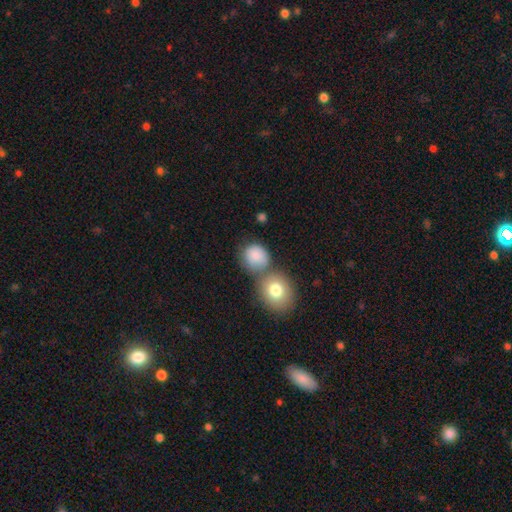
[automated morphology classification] type=smooth (84%); roundness=round (75%); merging=none (49%).